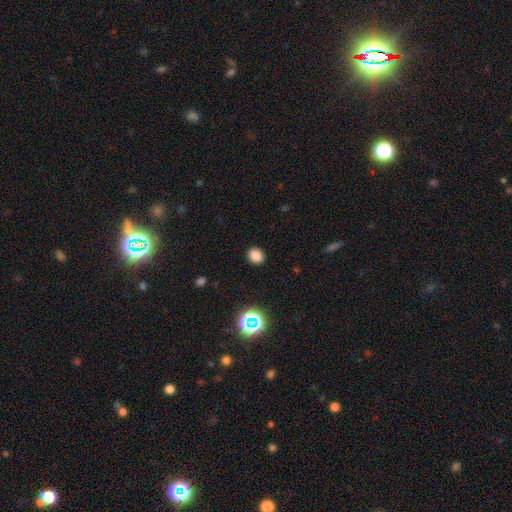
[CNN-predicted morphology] smooth 82%, star or artifact 14%, featured or disk 4%. Down the decision tree: how rounded — round (62%); merging — none (90%).